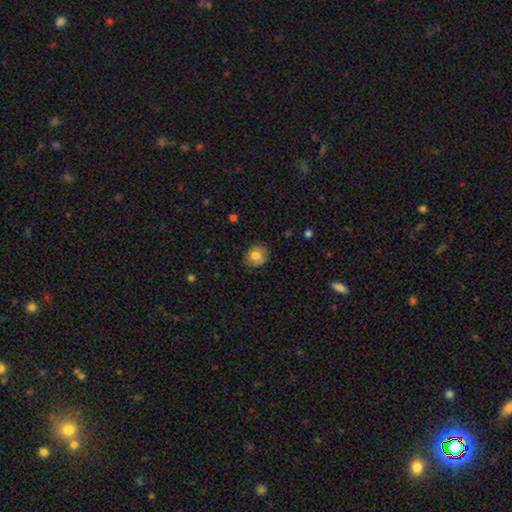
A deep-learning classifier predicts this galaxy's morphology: Smooth or featured?
  - smooth: 78% *
  - featured or disk: 13%
  - star or artifact: 9%
How rounded?
  - round: 73% *
  - in between: 26%
  - cigar-shaped: 1%
Merging?
  - none: 81% *
  - minor disturbance: 15%
  - major disturbance: 3%
  - merger: 1%